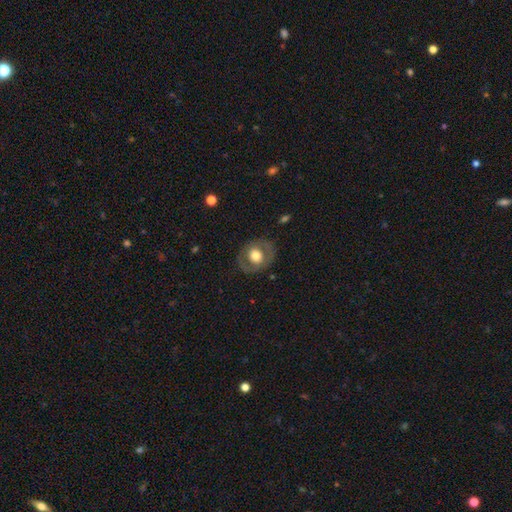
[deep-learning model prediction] Smooth or featured?
  - smooth: 53% *
  - featured or disk: 40%
  - star or artifact: 7%
How rounded?
  - round: 69% *
  - in between: 30%
  - cigar-shaped: 1%
Merging?
  - none: 81% *
  - minor disturbance: 12%
  - major disturbance: 6%
  - merger: 1%